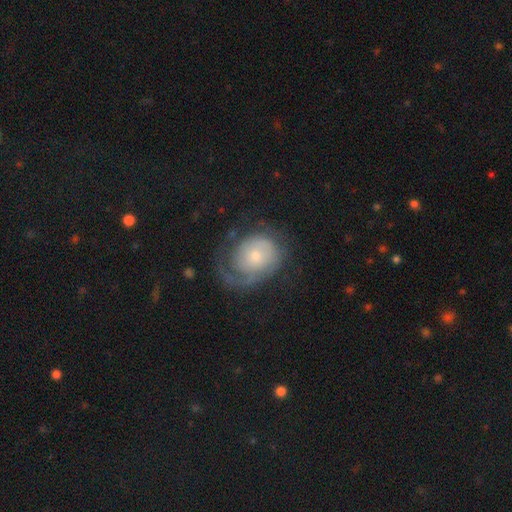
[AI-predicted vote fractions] A featured or disk galaxy (69%) with no bar (79%), 1 (49%) tight (54%) spiral arms (87%) and a small central bulge (59%). Merging: none (55%).